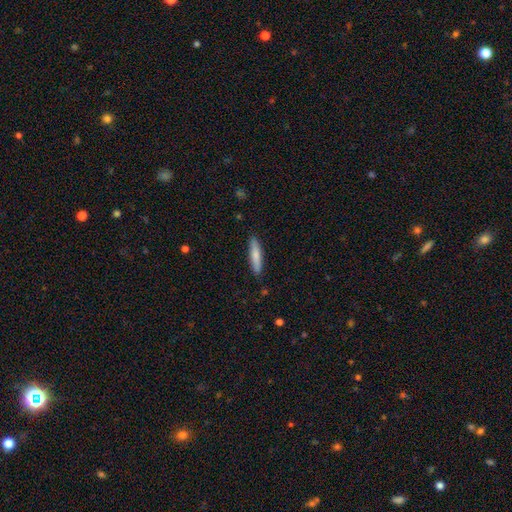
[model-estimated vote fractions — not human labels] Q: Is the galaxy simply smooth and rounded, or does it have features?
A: smooth — 77%.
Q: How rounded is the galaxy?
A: cigar-shaped — 84%.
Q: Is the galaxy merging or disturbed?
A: none — 89%.